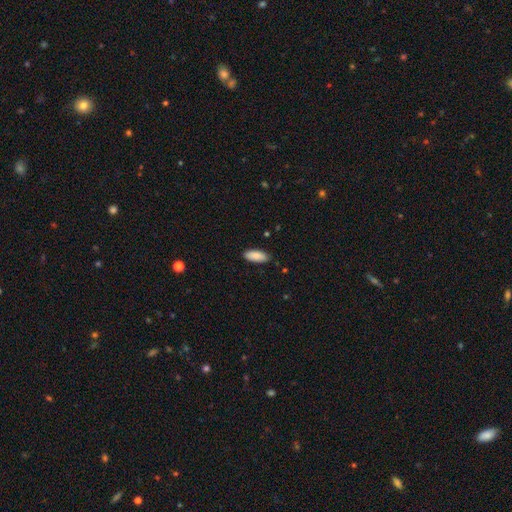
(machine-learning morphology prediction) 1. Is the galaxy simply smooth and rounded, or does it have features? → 88% smooth, 6% featured or disk, 6% star or artifact.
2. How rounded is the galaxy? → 80% in between, 18% cigar-shaped, 2% round.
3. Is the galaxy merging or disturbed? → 86% none, 11% minor disturbance, 2% major disturbance, 1% merger.